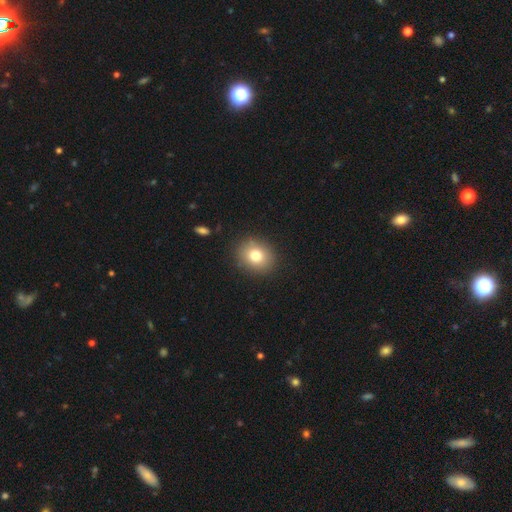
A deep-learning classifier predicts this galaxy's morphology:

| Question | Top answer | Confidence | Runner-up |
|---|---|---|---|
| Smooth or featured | smooth | 79% | star or artifact (11%) |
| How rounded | round | 64% | in between (35%) |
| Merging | none | 88% | minor disturbance (8%) |